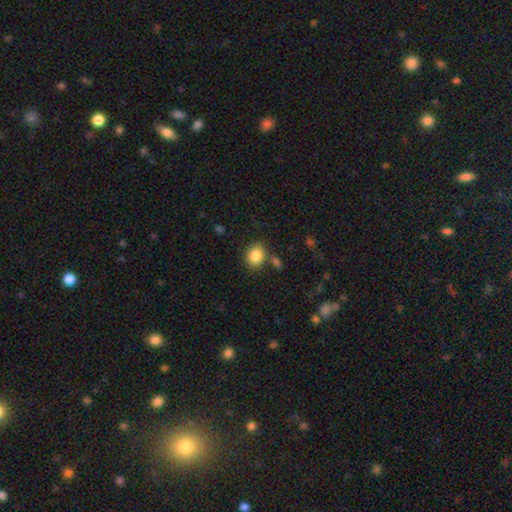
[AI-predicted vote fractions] Smooth or featured?
  - smooth: 86% *
  - star or artifact: 9%
  - featured or disk: 6%
How rounded?
  - round: 59% *
  - in between: 40%
  - cigar-shaped: 1%
Merging?
  - none: 76% *
  - minor disturbance: 12%
  - merger: 8%
  - major disturbance: 4%